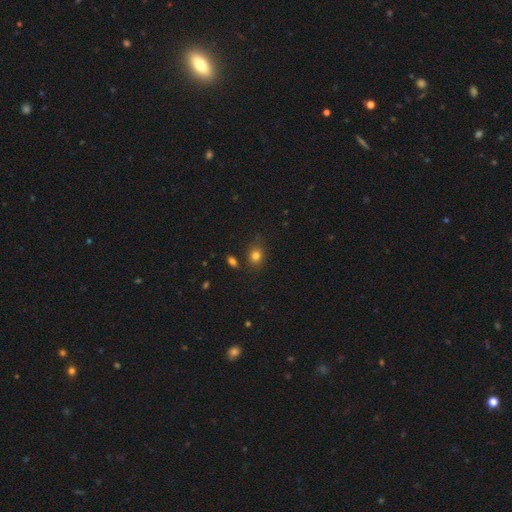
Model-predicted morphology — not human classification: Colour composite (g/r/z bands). It shows a smooth galaxy with no disk features (80%) that is round (55%). Merging: none (78%).